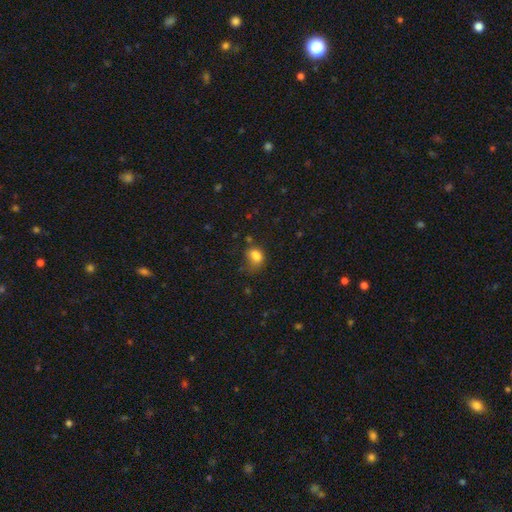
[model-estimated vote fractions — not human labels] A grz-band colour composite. It shows a smooth galaxy with no disk features (81%) that is in between round and cigar-shaped (63%). Merging: none (46%).